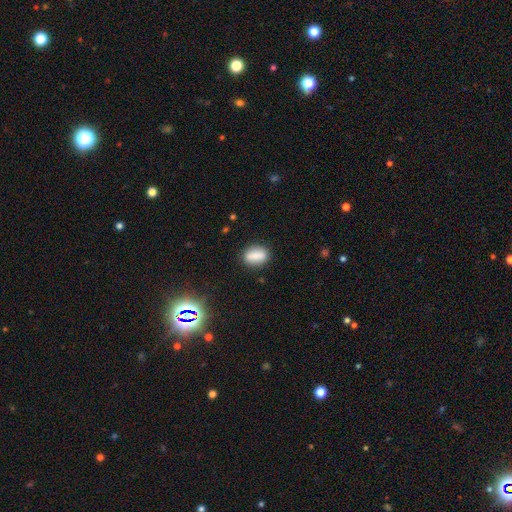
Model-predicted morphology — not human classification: Smooth or featured?
  - smooth: 81% *
  - featured or disk: 10%
  - star or artifact: 9%
How rounded?
  - in between: 76% *
  - round: 16%
  - cigar-shaped: 8%
Merging?
  - none: 83% *
  - minor disturbance: 12%
  - major disturbance: 3%
  - merger: 2%